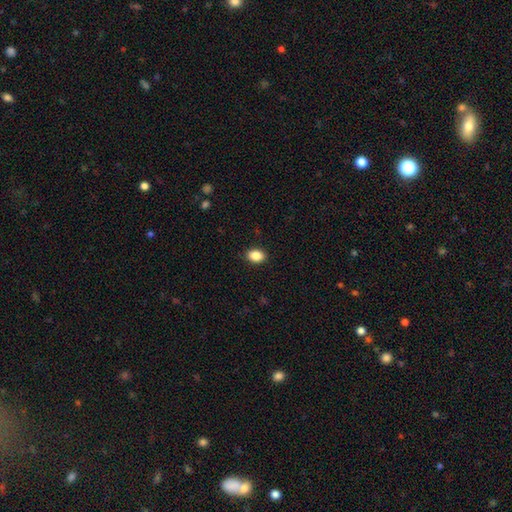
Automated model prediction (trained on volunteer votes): A smooth galaxy with no disk features (87%) that is in between round and cigar-shaped (78%). Merging: none (90%).